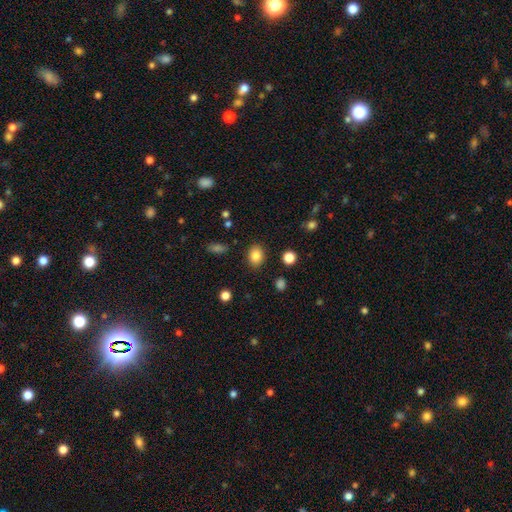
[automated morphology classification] Q: Smooth or featured?
A: smooth (84%); runner-up: star or artifact (10%)
Q: How rounded?
A: in between (58%); runner-up: round (40%)
Q: Merging?
A: none (86%); runner-up: minor disturbance (9%)